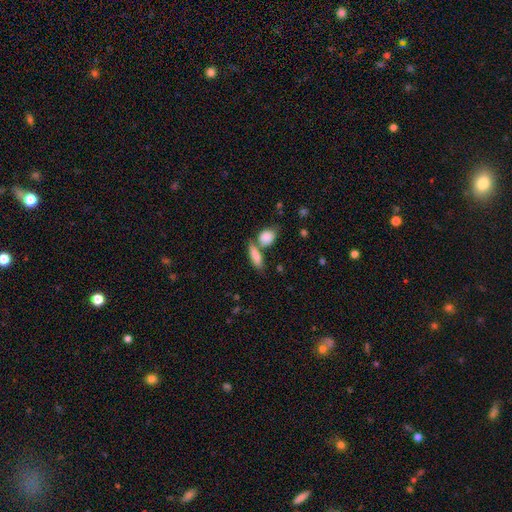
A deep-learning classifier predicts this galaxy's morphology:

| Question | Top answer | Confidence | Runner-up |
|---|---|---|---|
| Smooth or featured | smooth | 82% | featured or disk (12%) |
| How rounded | in between | 59% | cigar-shaped (34%) |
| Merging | none | 46% | merger (38%) |